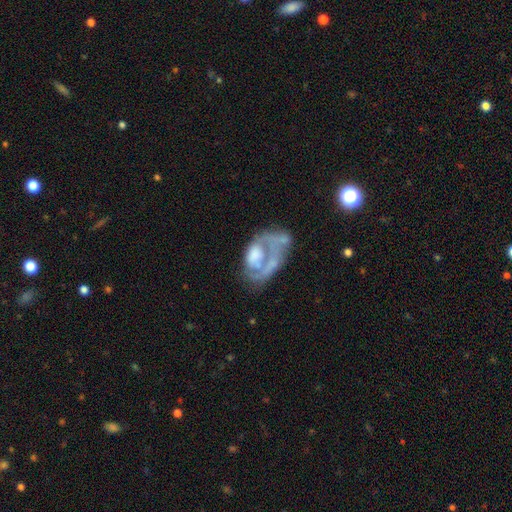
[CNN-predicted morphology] featured or disk 64%, smooth 26%, star or artifact 9%. Down the decision tree: edge-on disk — no (97%); bar — no (86%); spiral arms — no (71%); bulge size — none (40%); merging — major disturbance (37%).